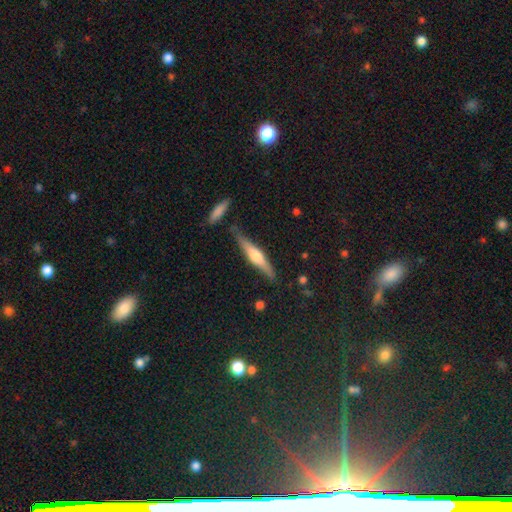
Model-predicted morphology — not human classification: This is possibly a featured or disk galaxy (59%). It is clearly viewed edge-on (95%). Edge-on bulge: likely rounded (79%). Merging: likely none (80%).